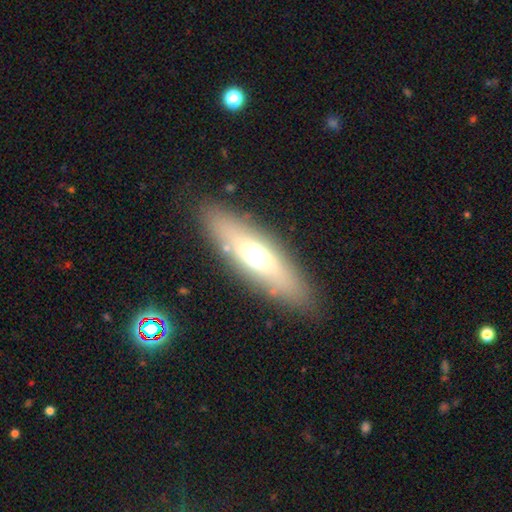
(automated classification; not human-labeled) Smooth or featured: smooth — 53% (featured or disk — 38%)
How rounded: in between — 49% (cigar-shaped — 48%)
Merging: none — 86% (minor disturbance — 9%)